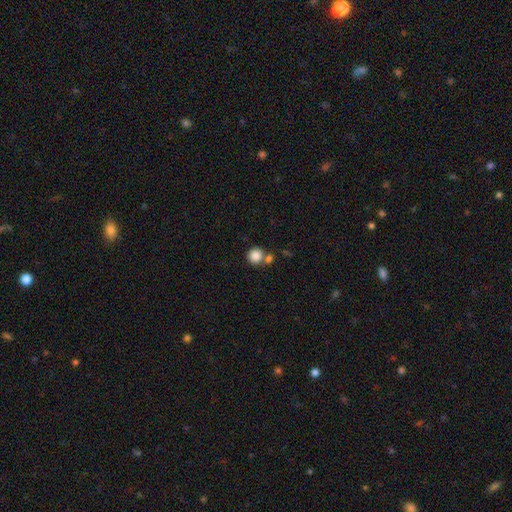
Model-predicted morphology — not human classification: smooth_or_featured: smooth (p=0.85) [alt: star or artifact p=0.09]
how_rounded: round (p=0.90) [alt: in between p=0.09]
merging: none (p=0.59) [alt: merger p=0.29]